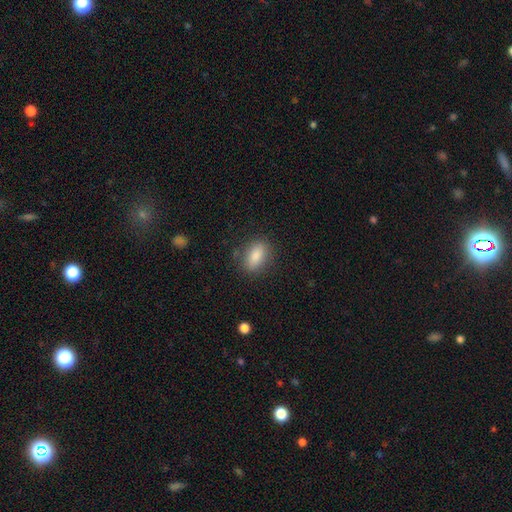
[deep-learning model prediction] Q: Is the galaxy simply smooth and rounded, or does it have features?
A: smooth — 85%.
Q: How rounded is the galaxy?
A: in between — 85%.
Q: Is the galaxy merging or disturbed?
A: none — 83%.